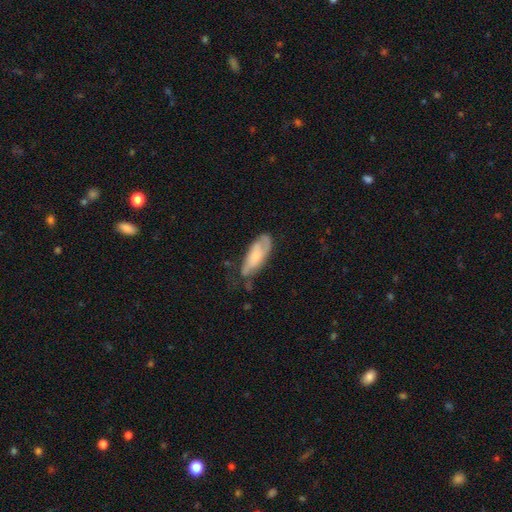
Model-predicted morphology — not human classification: The model was most divided on "smooth or featured": smooth: 51%, featured or disk: 42%, star or artifact: 6%. Remaining: how rounded — in between (72%); merging — none (45%).